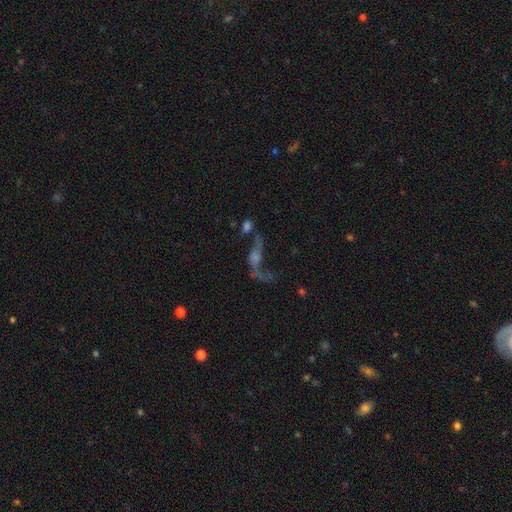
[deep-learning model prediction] This appears to be a featured or disk galaxy (67%) with no bar (63%), spiral arms (75%) and no central bulge (39%). Merging: none (36%).